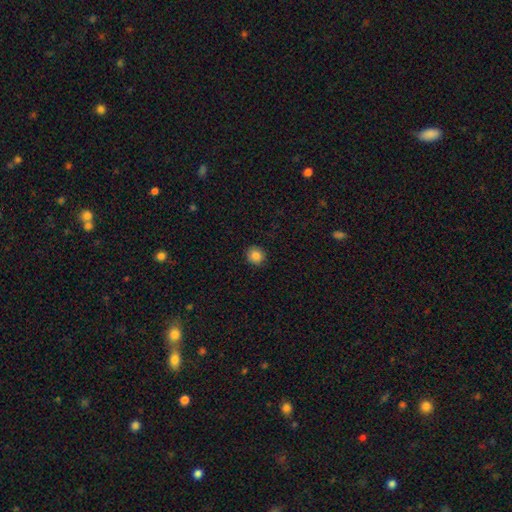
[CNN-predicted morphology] Smooth or featured?
  - smooth: 86% *
  - star or artifact: 10%
  - featured or disk: 4%
How rounded?
  - round: 87% *
  - in between: 12%
  - cigar-shaped: 1%
Merging?
  - none: 90% *
  - minor disturbance: 7%
  - major disturbance: 2%
  - merger: 1%